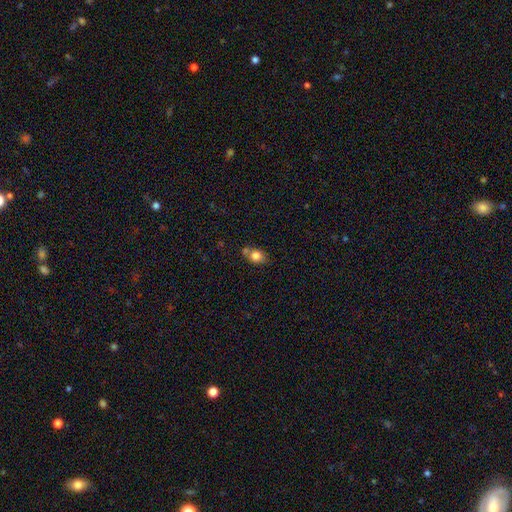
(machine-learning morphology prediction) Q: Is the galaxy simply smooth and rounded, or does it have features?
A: smooth — 80%.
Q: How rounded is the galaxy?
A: in between — 62%.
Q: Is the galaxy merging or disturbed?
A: none — 52%.